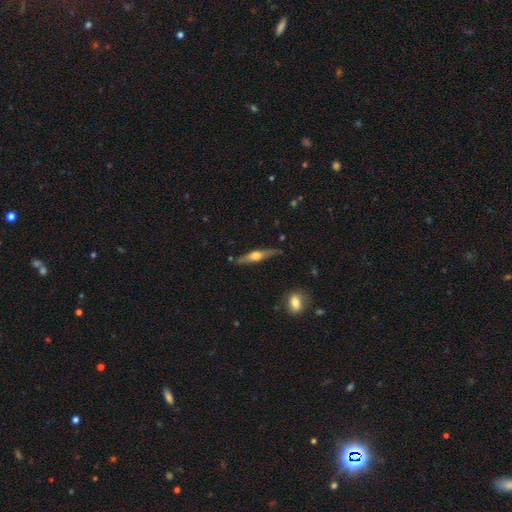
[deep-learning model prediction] featured or disk 68%, smooth 27%, star or artifact 6%. Down the decision tree: edge-on disk — yes (96%); edge-on bulge — rounded (92%); merging — none (83%).